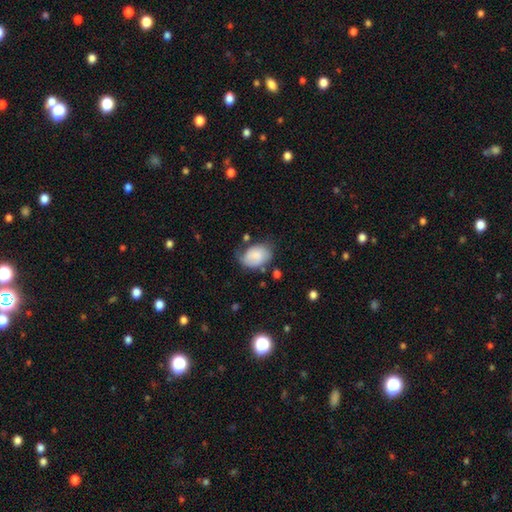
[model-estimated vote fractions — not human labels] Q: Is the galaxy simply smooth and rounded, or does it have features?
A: smooth — 74%.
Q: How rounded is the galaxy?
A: in between — 77%.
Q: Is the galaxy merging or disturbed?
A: none — 44%.